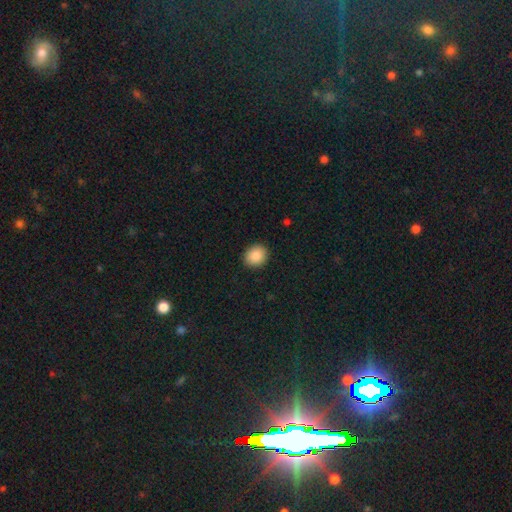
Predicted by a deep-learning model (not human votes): This appears to be a smooth galaxy with no disk features (88%) that is round (68%). Merging: none (91%).